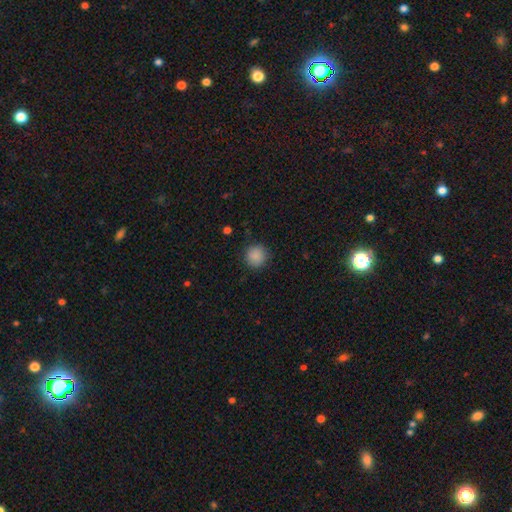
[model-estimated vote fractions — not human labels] A smooth galaxy with no disk features (88%) that is round (92%). Merging: none (88%).